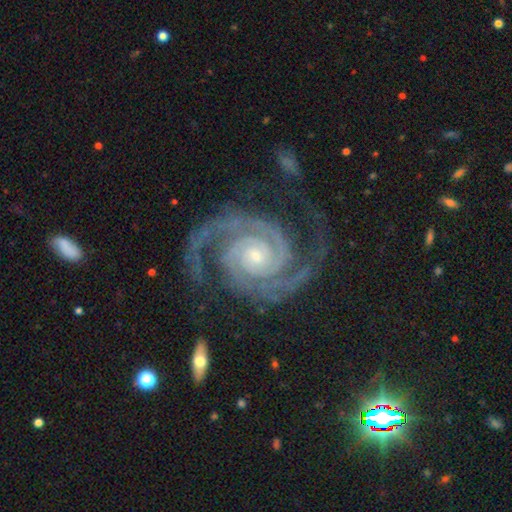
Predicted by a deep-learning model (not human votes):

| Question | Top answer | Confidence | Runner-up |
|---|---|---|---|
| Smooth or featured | featured or disk | 94% | star or artifact (4%) |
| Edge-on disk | no | 98% | yes (2%) |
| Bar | no | 72% | weak (18%) |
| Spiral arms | yes | 99% | no (1%) |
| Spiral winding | tight | 74% | medium (23%) |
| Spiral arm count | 2 | 78% | 3 (10%) |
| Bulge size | small | 68% | moderate (27%) |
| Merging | none | 74% | minor disturbance (16%) |